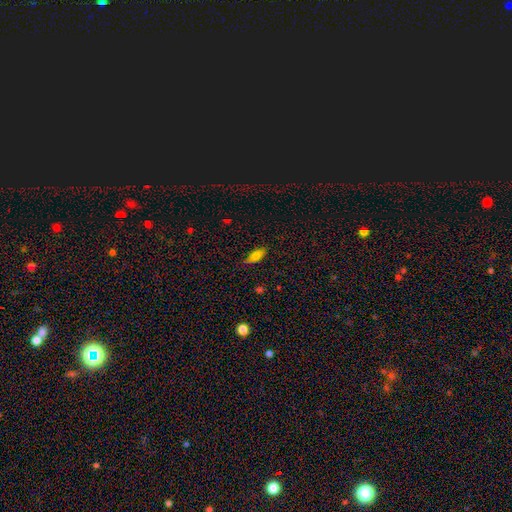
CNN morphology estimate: smooth-or-featured: smooth: 74% | featured or disk: 17% | star or artifact: 9%
  how-rounded: in between: 73% | cigar-shaped: 25% | round: 3%
  merging: none: 80% | minor disturbance: 16% | major disturbance: 3% | merger: 1%